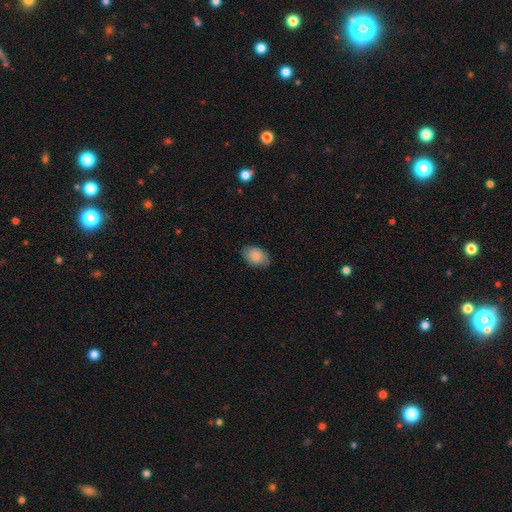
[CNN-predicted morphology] smooth-or-featured: smooth: 84% | featured or disk: 8% | star or artifact: 7%
  how-rounded: in between: 80% | round: 19% | cigar-shaped: 1%
  merging: none: 77% | minor disturbance: 18% | major disturbance: 4% | merger: 1%